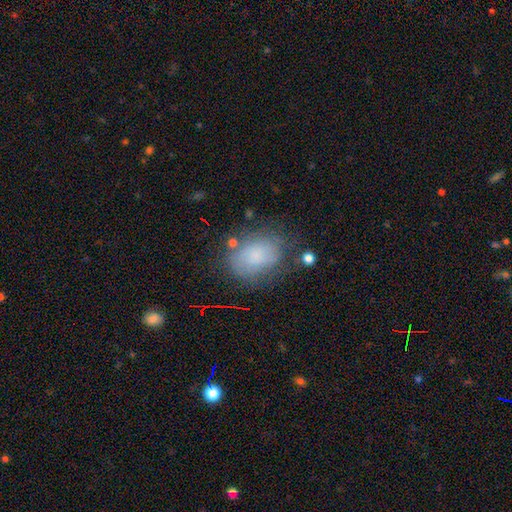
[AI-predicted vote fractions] Q: Smooth or featured?
A: smooth (69%); runner-up: featured or disk (20%)
Q: How rounded?
A: in between (67%); runner-up: round (32%)
Q: Merging?
A: none (63%); runner-up: minor disturbance (22%)